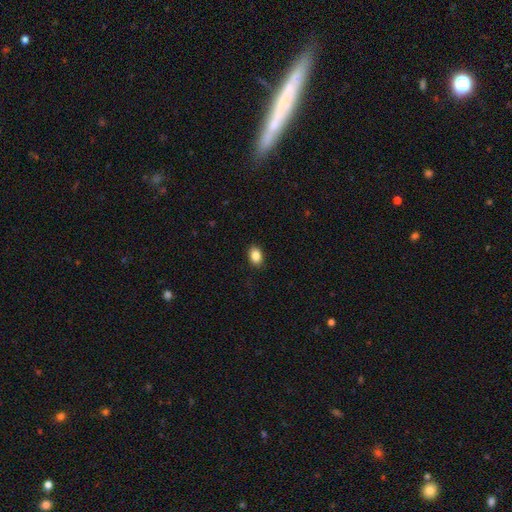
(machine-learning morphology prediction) A smooth galaxy with no disk features (87%) that is in between round and cigar-shaped (77%). Merging: none (89%).